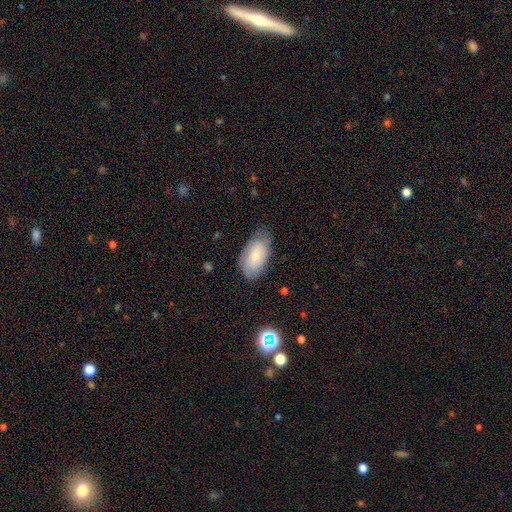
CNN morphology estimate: smooth-or-featured: smooth: 70% | featured or disk: 23% | star or artifact: 7%
  how-rounded: in between: 94% | round: 3% | cigar-shaped: 3%
  merging: none: 69% | minor disturbance: 24% | major disturbance: 5% | merger: 1%